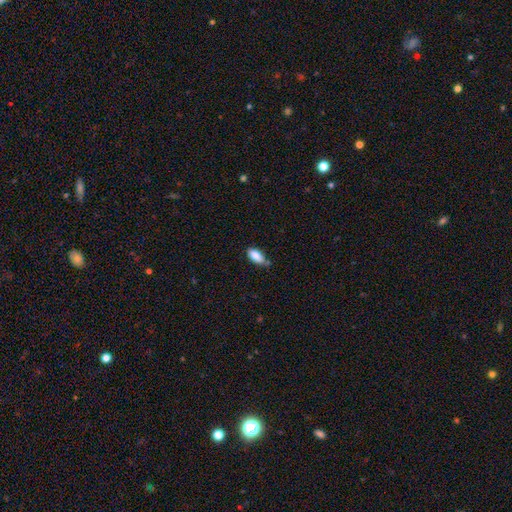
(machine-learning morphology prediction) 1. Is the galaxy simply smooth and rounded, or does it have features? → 86% smooth, 8% featured or disk, 7% star or artifact.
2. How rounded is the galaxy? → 90% in between, 8% cigar-shaped, 2% round.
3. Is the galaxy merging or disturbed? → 67% none, 23% minor disturbance, 6% merger, 4% major disturbance.